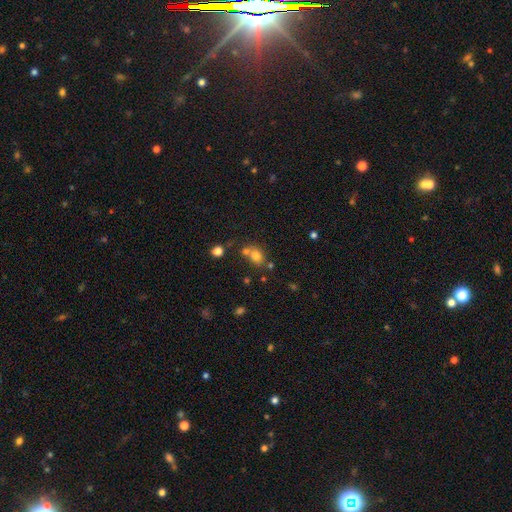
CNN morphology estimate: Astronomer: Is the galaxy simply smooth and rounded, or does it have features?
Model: smooth — 74%.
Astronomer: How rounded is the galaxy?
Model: round — 54% (runner-up: in between, 45%).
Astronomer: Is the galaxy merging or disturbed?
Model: none — 49% (runner-up: merger, 35%).